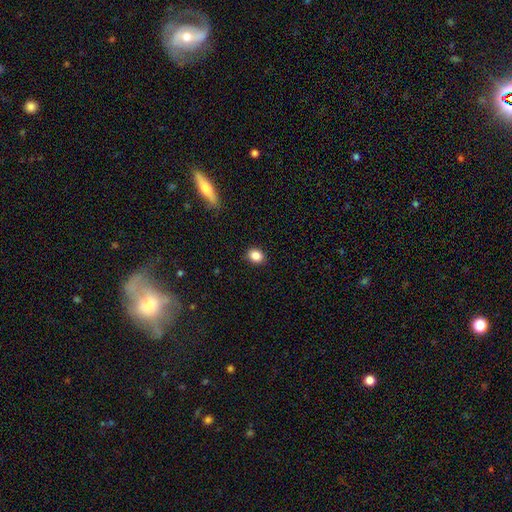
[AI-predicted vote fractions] The model was most divided on "how rounded": round: 53%, in between: 46%, cigar-shaped: 1%. More confident: merging — none (88%); smooth or featured — smooth (87%).